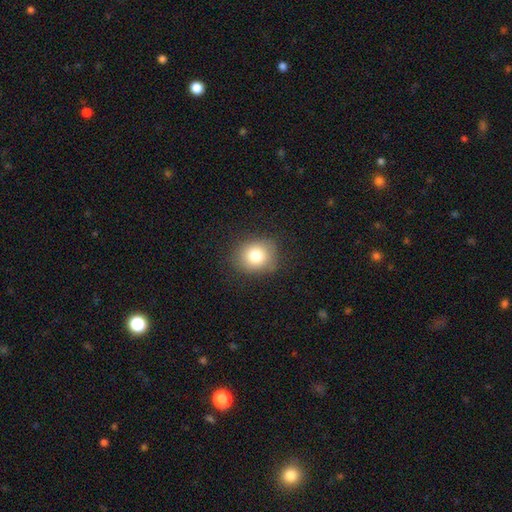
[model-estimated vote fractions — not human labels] smooth_or_featured: smooth (p=0.79) [alt: star or artifact p=0.11]
how_rounded: round (p=0.75) [alt: in between p=0.24]
merging: none (p=0.82) [alt: minor disturbance p=0.13]